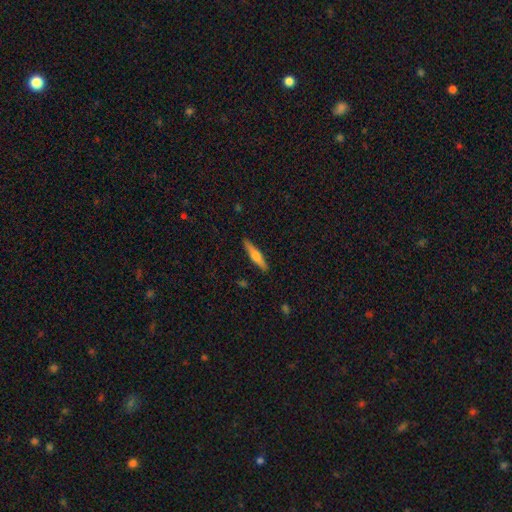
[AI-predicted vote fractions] smooth-or-featured: featured or disk: 56% | smooth: 38% | star or artifact: 6%
  disk-edge-on: yes: 97% | no: 3%
    edge-on-bulge: rounded: 90% | boxy: 6% | none: 4%
  merging: none: 91% | minor disturbance: 7% | major disturbance: 1% | merger: 1%